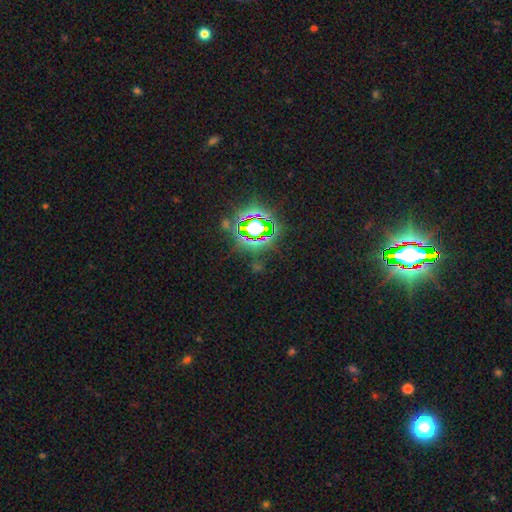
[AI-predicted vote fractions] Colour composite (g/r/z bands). It shows a star or artifact, not a galaxy (81%).